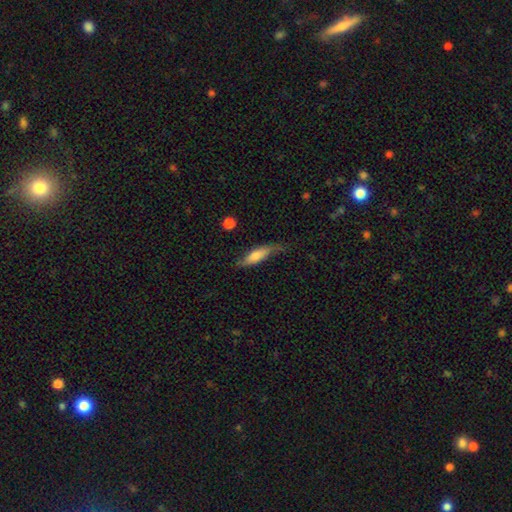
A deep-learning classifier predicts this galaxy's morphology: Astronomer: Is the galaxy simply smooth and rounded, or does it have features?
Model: smooth — 61%.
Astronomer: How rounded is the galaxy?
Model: cigar-shaped — 54% (runner-up: in between, 43%).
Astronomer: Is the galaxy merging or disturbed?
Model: none — 50% (runner-up: minor disturbance, 33%).